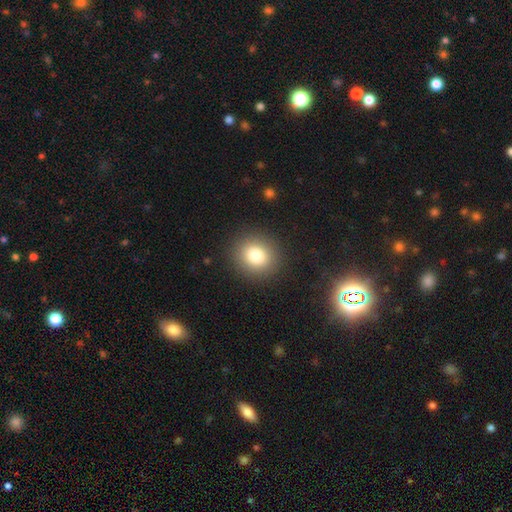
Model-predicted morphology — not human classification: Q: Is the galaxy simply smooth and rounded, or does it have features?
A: smooth — 81%.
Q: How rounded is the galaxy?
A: round — 82%.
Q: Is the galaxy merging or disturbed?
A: none — 89%.